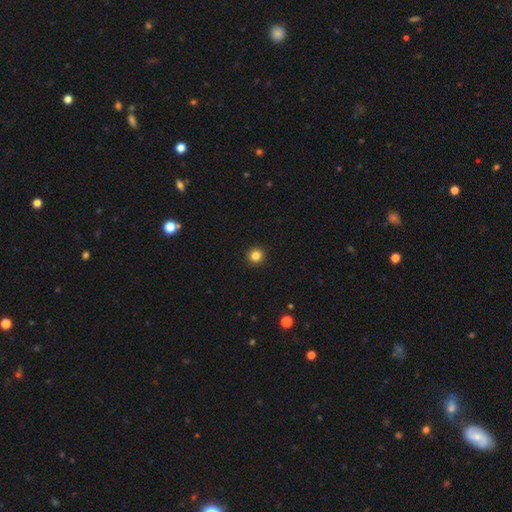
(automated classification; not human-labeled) Smooth or featured?
  - smooth: 84% *
  - star or artifact: 12%
  - featured or disk: 4%
How rounded?
  - round: 96% *
  - in between: 3%
  - cigar-shaped: 1%
Merging?
  - none: 94% *
  - minor disturbance: 4%
  - major disturbance: 1%
  - merger: 1%